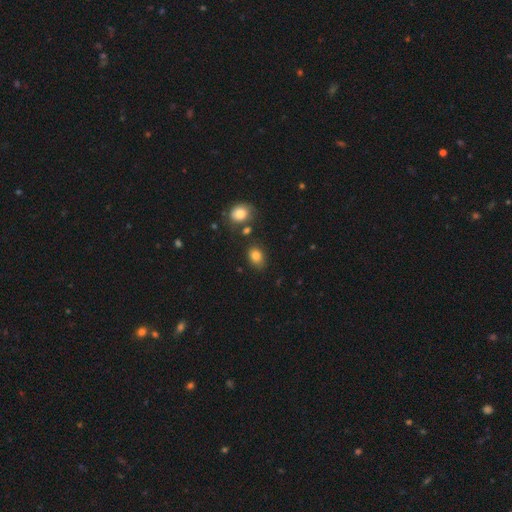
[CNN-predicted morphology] Smooth or featured? smooth (82%)
How rounded? in between (65%)
Merging? none (74%)